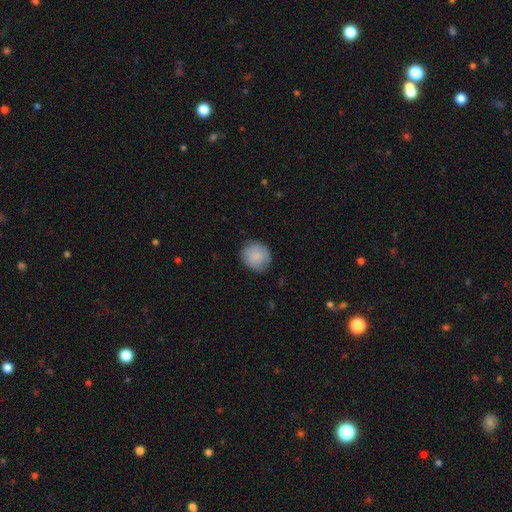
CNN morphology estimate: Smooth or featured?
  - smooth: 83% *
  - featured or disk: 10%
  - star or artifact: 7%
How rounded?
  - round: 78% *
  - in between: 21%
  - cigar-shaped: 1%
Merging?
  - none: 79% *
  - minor disturbance: 17%
  - major disturbance: 4%
  - merger: 1%